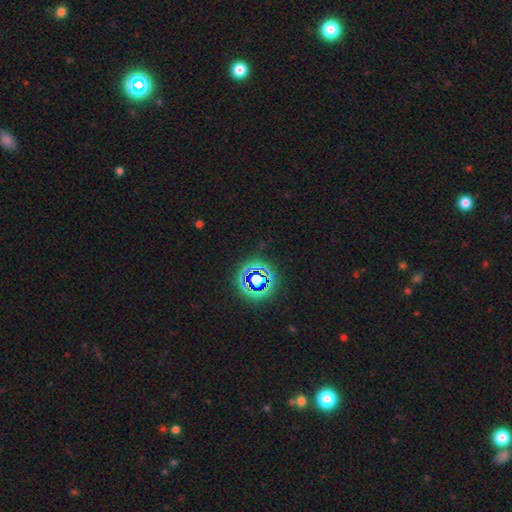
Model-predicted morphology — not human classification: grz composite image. It shows a star or artifact, not a galaxy (78%).